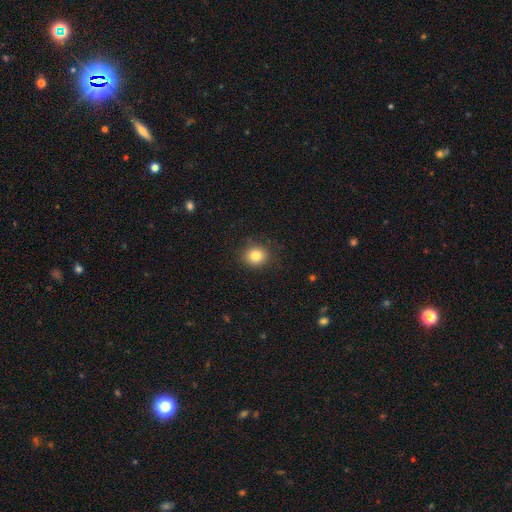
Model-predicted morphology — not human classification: Smooth or featured? smooth (83%)
How rounded? round (80%)
Merging? none (87%)